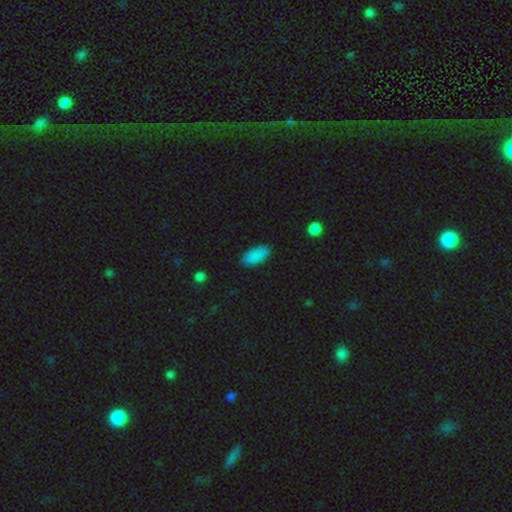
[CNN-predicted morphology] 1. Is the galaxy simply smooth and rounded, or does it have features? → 88% smooth, 7% star or artifact, 4% featured or disk.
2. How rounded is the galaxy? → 91% in between, 7% cigar-shaped, 2% round.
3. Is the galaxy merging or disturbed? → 86% none, 10% minor disturbance, 2% major disturbance, 1% merger.